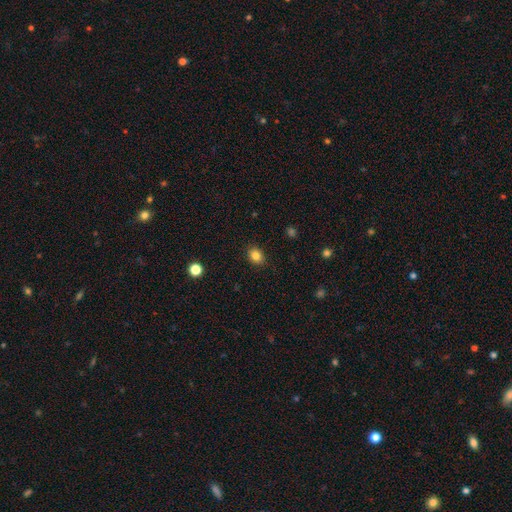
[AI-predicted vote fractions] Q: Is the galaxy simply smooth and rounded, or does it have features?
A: smooth — 83%.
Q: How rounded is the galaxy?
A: in between — 52%.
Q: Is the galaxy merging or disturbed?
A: none — 88%.